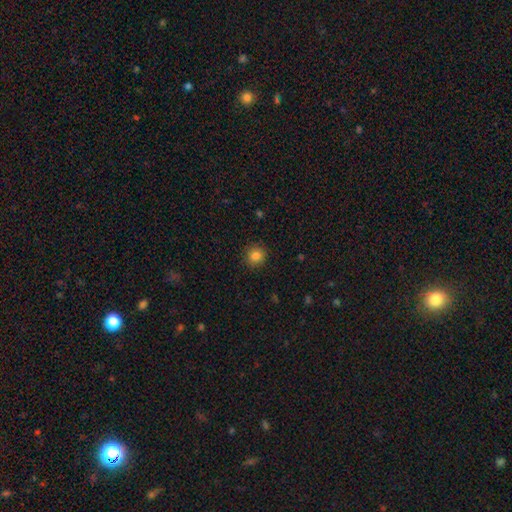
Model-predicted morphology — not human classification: type=smooth (83%); roundness=round (89%); merging=none (90%).